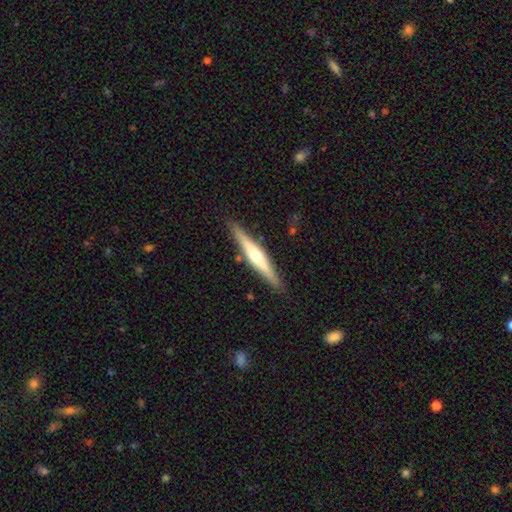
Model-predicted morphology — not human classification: Smooth or featured? Predicted: featured or disk (p=0.66). Edge-on disk? Predicted: yes (p=0.96). Edge-on bulge? Predicted: rounded (p=0.89). Merging? Predicted: none (p=0.87).